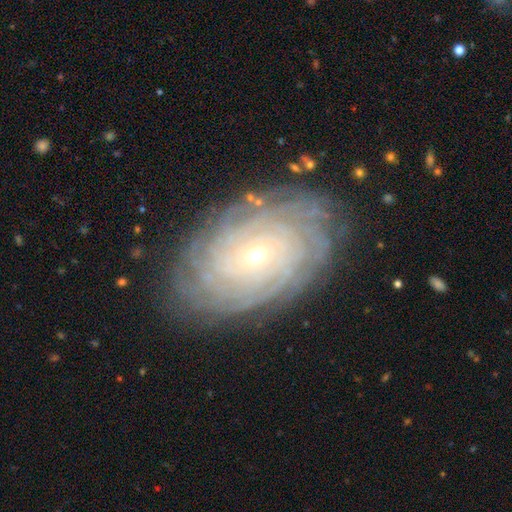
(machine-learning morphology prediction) This appears to be a featured or disk galaxy (85%) with no bar (72%), more than 4 (34%) tight (88%) spiral arms (96%) and a small central bulge (77%). Merging: none (85%).